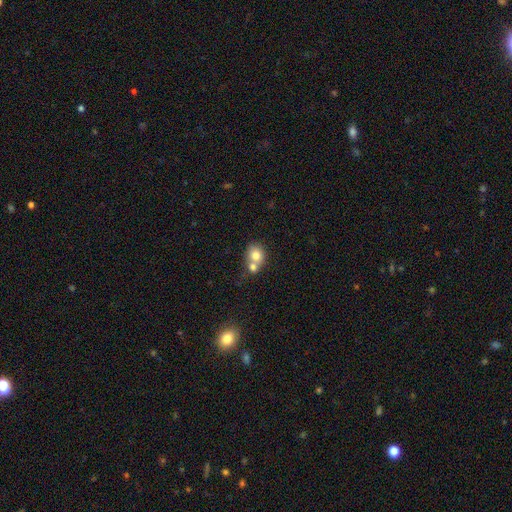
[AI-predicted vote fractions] smooth_or_featured: smooth (p=0.76) [alt: featured or disk p=0.14]
how_rounded: round (p=0.69) [alt: in between p=0.30]
merging: merger (p=0.58) [alt: none p=0.31]